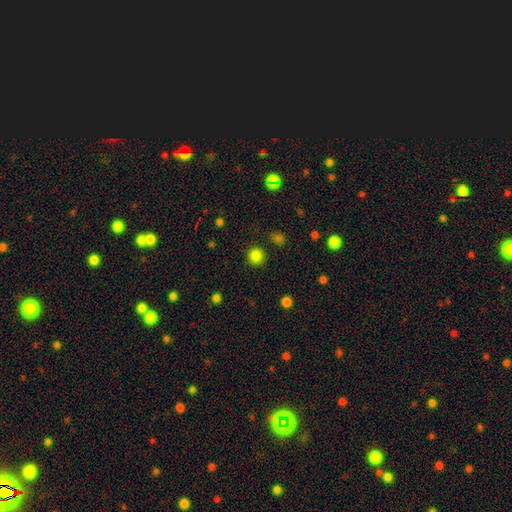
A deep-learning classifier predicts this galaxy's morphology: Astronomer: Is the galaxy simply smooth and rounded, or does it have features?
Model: smooth — 83%.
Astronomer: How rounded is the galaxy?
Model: round — 92%.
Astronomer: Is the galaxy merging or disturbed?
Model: none — 89%.